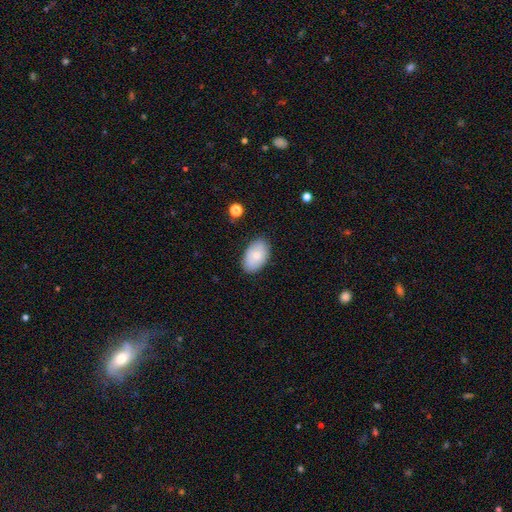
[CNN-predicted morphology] smooth_or_featured: smooth (p=0.75) [alt: featured or disk p=0.18]
how_rounded: in between (p=0.92) [alt: round p=0.07]
merging: none (p=0.84) [alt: minor disturbance p=0.12]